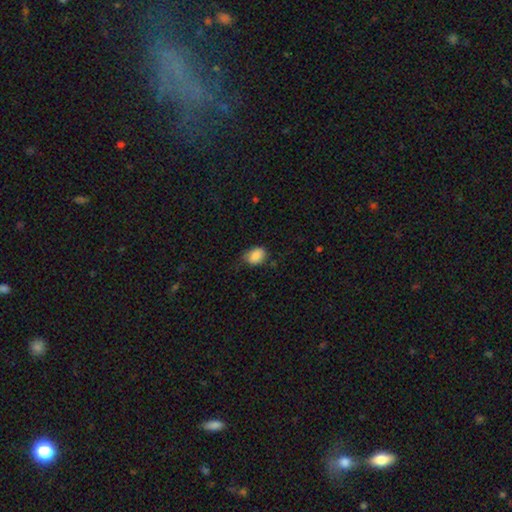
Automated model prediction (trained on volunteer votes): smooth_or_featured: smooth (p=0.87) [alt: star or artifact p=0.08]
how_rounded: in between (p=0.73) [alt: round p=0.26]
merging: none (p=0.61) [alt: minor disturbance p=0.31]